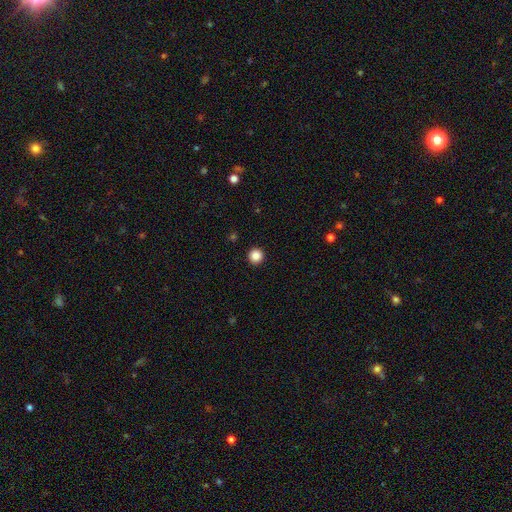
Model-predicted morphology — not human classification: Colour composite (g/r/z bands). It shows a smooth galaxy with no disk features (86%) that is round (96%). Merging: none (94%).